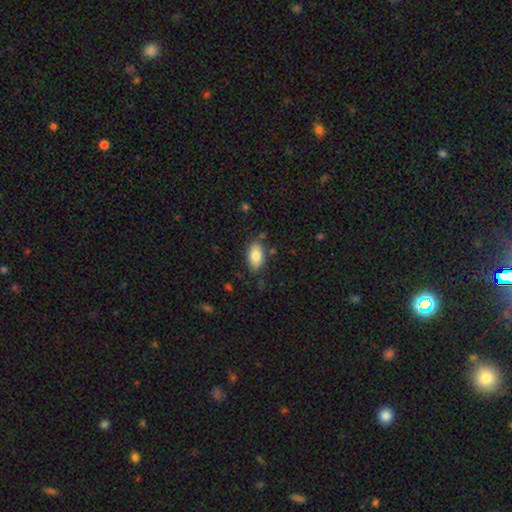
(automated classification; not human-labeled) Smooth or featured? smooth (82%)
How rounded? in between (93%)
Merging? none (80%)